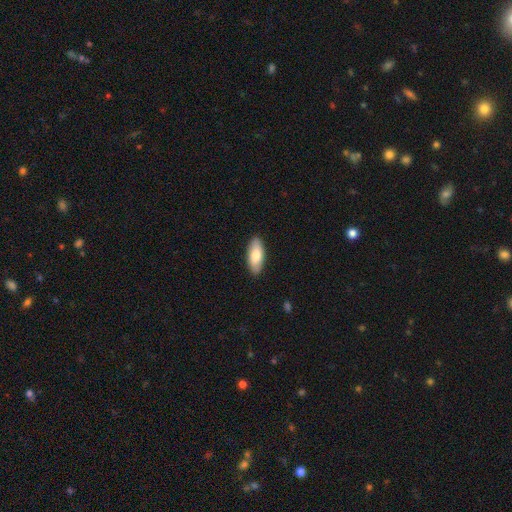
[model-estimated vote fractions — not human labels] smooth-or-featured: smooth: 78% | featured or disk: 17% | star or artifact: 6%
  how-rounded: in between: 80% | cigar-shaped: 18% | round: 2%
  merging: none: 89% | minor disturbance: 9% | major disturbance: 2% | merger: 1%